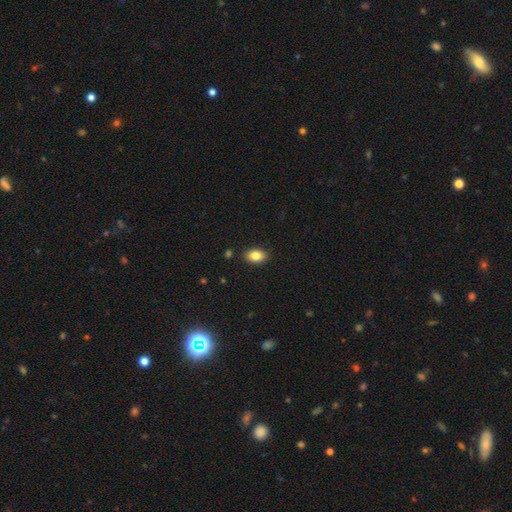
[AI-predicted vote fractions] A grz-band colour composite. It shows a smooth galaxy with no disk features (84%) that is in between round and cigar-shaped (88%). Merging: none (89%).